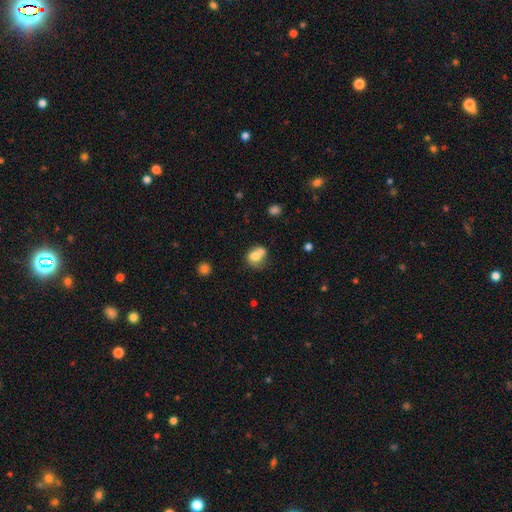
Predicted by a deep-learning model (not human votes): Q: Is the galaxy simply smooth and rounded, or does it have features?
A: smooth — 72%.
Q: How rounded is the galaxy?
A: round — 58%.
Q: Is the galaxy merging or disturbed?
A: merger — 50%.